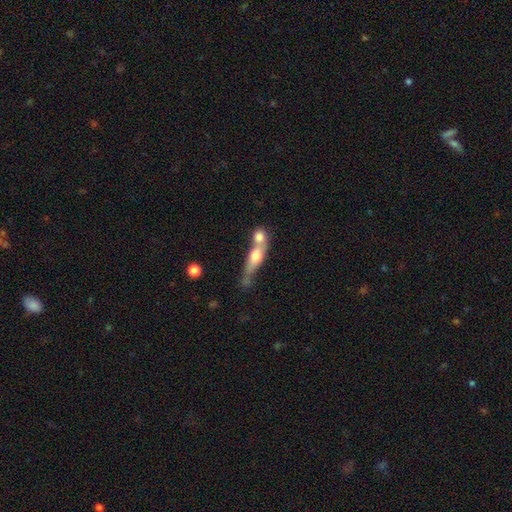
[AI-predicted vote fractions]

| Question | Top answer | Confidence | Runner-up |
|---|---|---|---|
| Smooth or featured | smooth | 58% | featured or disk (34%) |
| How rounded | cigar-shaped | 45% | in between (40%) |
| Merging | merger | 67% | none (20%) |